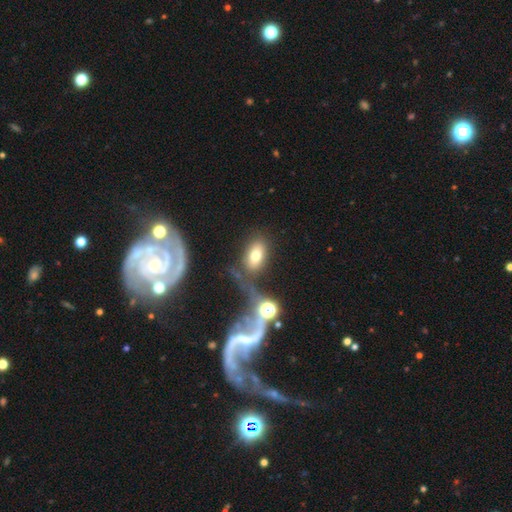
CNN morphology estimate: The model was most divided on "merging": none: 63%, minor disturbance: 14%, merger: 13%, major disturbance: 10%. More confident: how rounded — in between (85%); smooth or featured — smooth (72%).